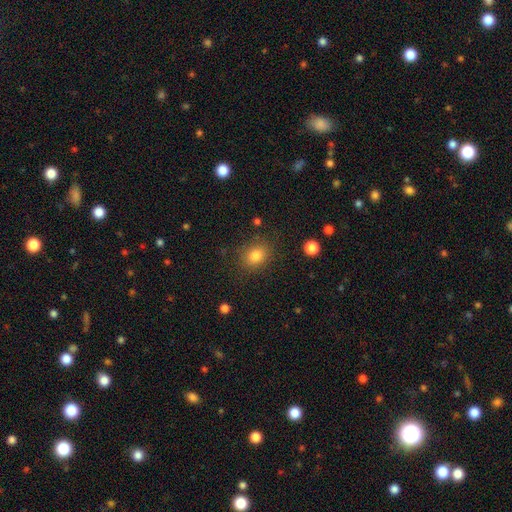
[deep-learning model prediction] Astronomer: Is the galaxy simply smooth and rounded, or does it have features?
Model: smooth — 82%.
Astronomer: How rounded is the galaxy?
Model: round — 54% (runner-up: in between, 45%).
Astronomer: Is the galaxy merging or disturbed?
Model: none — 82%.